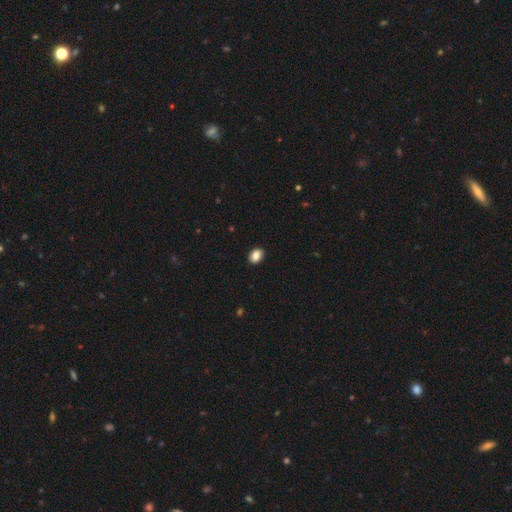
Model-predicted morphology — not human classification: Q: Smooth or featured?
A: smooth (85%); runner-up: star or artifact (8%)
Q: How rounded?
A: in between (66%); runner-up: round (33%)
Q: Merging?
A: none (90%); runner-up: minor disturbance (7%)